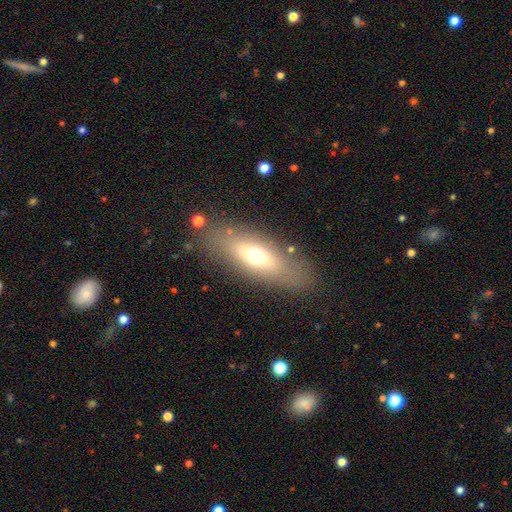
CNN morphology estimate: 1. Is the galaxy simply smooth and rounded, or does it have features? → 58% smooth, 33% featured or disk, 9% star or artifact.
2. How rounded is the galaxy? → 63% in between, 33% cigar-shaped, 4% round.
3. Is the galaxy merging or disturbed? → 81% none, 11% minor disturbance, 5% major disturbance, 2% merger.